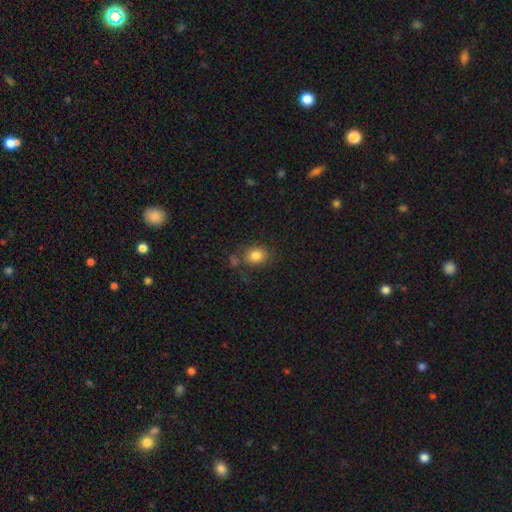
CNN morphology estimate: This appears to be a smooth galaxy with no disk features (82%) that is round (56%). Merging: none (67%).